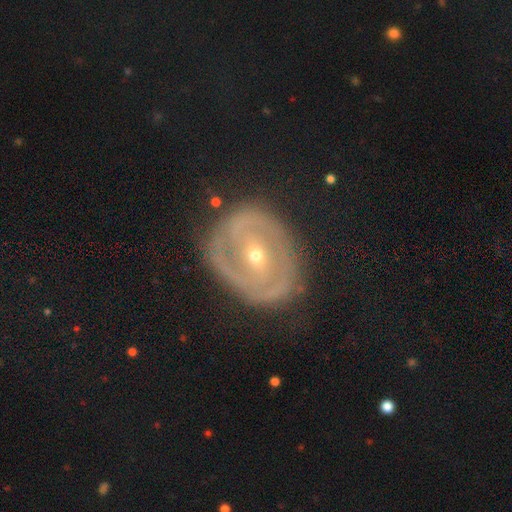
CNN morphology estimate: The model was most divided on "bar": no: 39%, weak: 35%, strong: 27%. More confident: edge-on disk — no (96%); smooth or featured — featured or disk (82%); merging — none (75%); bulge size — small (74%); spiral arms — yes (74%); spiral arm count — 2 (66%); spiral winding — tight (56%).